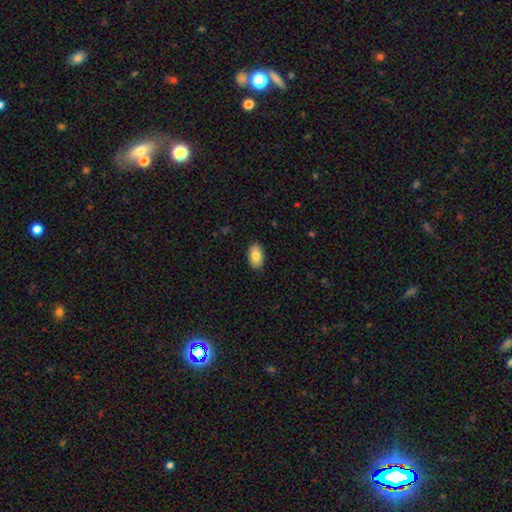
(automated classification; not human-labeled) This appears to be a smooth galaxy with no disk features (82%) that is in between round and cigar-shaped (93%). Merging: none (87%).